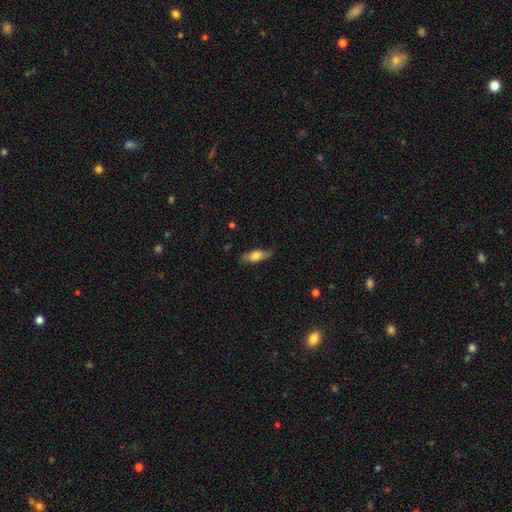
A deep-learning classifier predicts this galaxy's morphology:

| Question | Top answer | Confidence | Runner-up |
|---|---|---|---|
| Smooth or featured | smooth | 66% | featured or disk (28%) |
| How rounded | in between | 74% | cigar-shaped (22%) |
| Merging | none | 75% | minor disturbance (20%) |